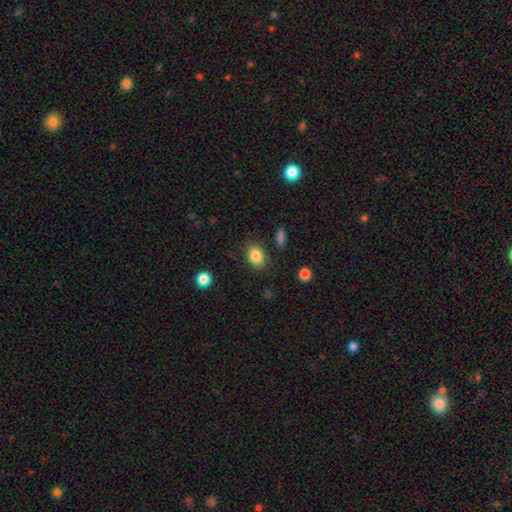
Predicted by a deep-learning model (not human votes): Smooth or featured: smooth — 85% (star or artifact — 9%)
How rounded: in between — 63% (round — 36%)
Merging: none — 82% (minor disturbance — 12%)